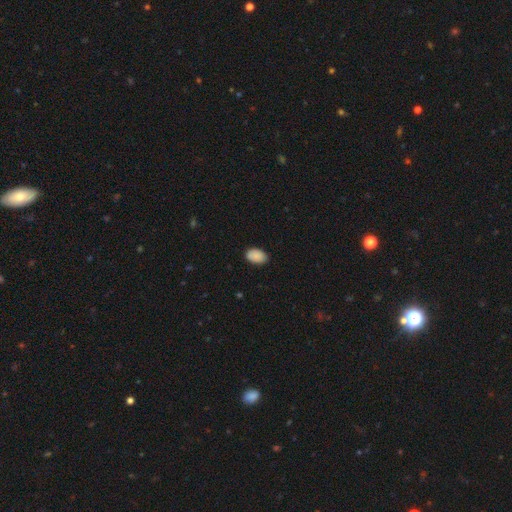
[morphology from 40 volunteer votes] Overall: smooth (90%). How rounded: in between (94%). Merging: none (87%).